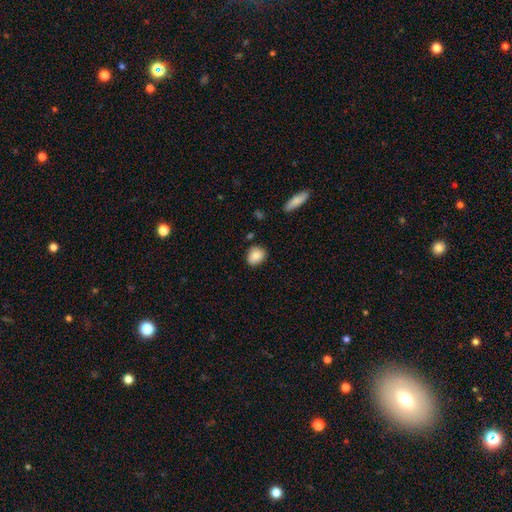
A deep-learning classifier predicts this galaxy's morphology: Overall: smooth (86%). How rounded: round (61%; in between 38%). Merging: none (82%).